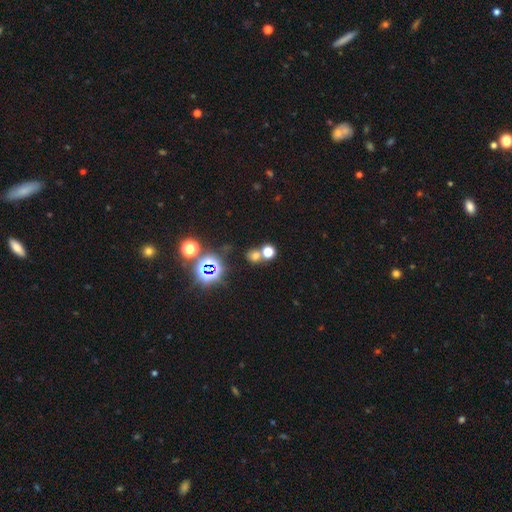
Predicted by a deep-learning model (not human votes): This appears to be a smooth galaxy with no disk features (57%) that is round (79%). Merging: none (58%).